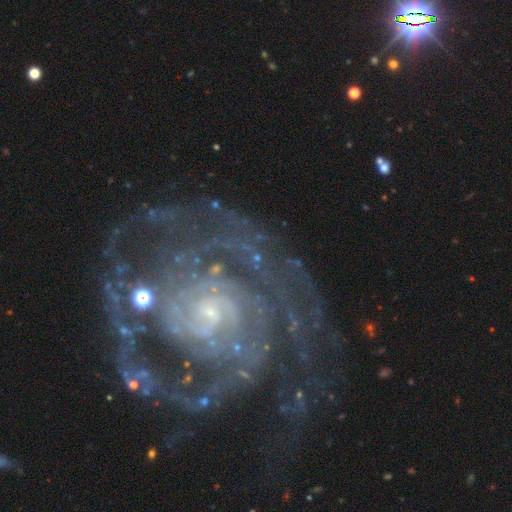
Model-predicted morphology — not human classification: This appears to be a featured or disk galaxy (89%) with no bar (57%), 2 (27%) tight (70%) spiral arms (98%) and a small central bulge (83%). Merging: none (67%).